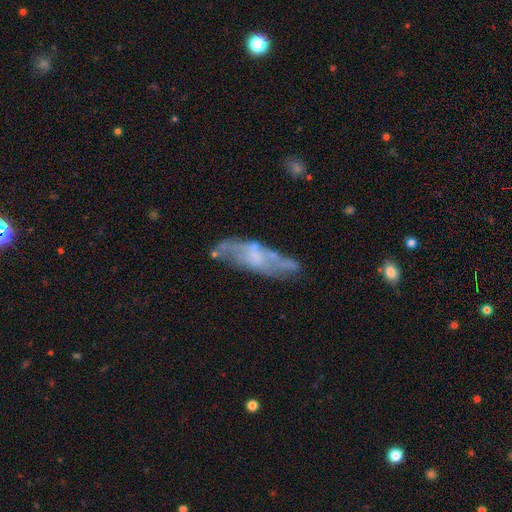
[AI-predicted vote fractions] smooth_or_featured: featured or disk (p=0.60) [alt: smooth p=0.32]
disk_edge_on: no (p=0.75) [alt: yes p=0.25]
merging: none (p=0.54) [alt: minor disturbance p=0.24]